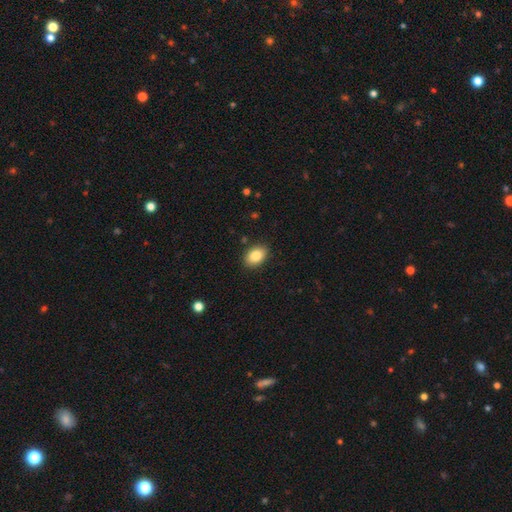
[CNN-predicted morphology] This is clearly a smooth galaxy (86%). How rounded: clearly in between (83%). Merging: clearly none (88%).